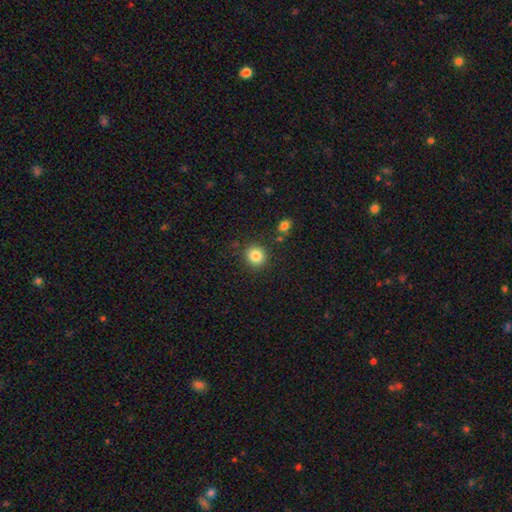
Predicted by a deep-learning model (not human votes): A smooth galaxy with no disk features (84%) that is round (90%).

Vote fractions:
- Smooth or featured? smooth: 84% / star or artifact: 10% / featured or disk: 5%
- How rounded? round: 90% / in between: 9% / cigar-shaped: 1%
- Merging? none: 87% / minor disturbance: 7% / merger: 3% / major disturbance: 3%